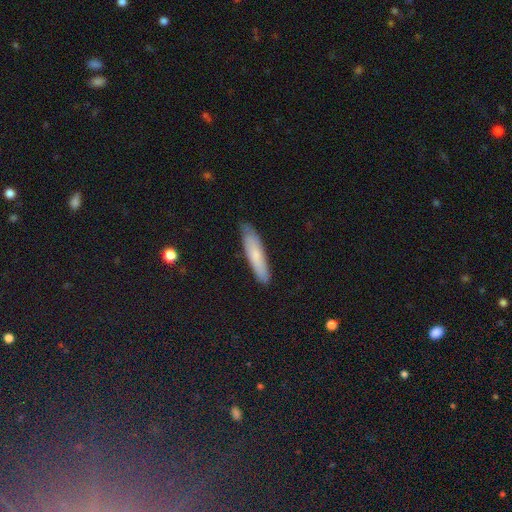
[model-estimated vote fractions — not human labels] smooth-or-featured: smooth: 71% | featured or disk: 23% | star or artifact: 7%
  how-rounded: cigar-shaped: 81% | in between: 17% | round: 2%
  merging: none: 80% | minor disturbance: 17% | major disturbance: 2% | merger: 1%